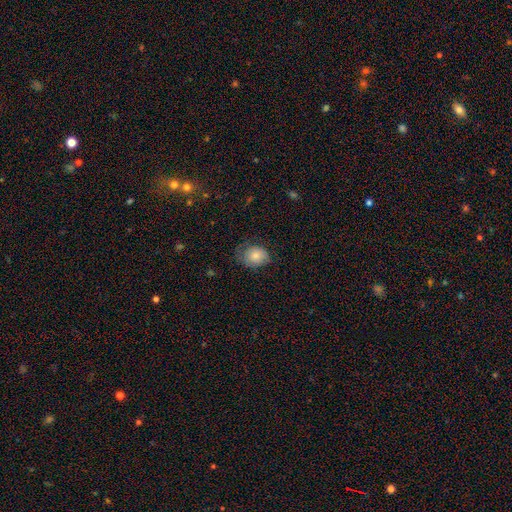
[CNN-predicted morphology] Smooth or featured?
  - smooth: 77% *
  - featured or disk: 15%
  - star or artifact: 8%
How rounded?
  - in between: 54% *
  - round: 45%
  - cigar-shaped: 1%
Merging?
  - none: 53% *
  - minor disturbance: 32%
  - major disturbance: 14%
  - merger: 1%